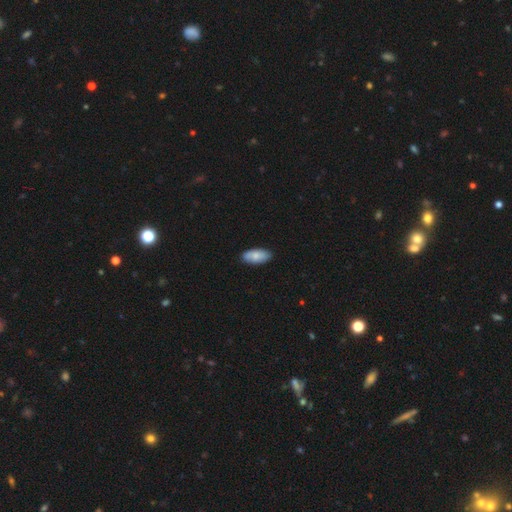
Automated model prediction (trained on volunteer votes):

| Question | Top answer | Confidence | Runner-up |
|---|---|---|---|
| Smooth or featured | smooth | 78% | featured or disk (16%) |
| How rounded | in between | 90% | cigar-shaped (8%) |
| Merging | none | 83% | minor disturbance (13%) |